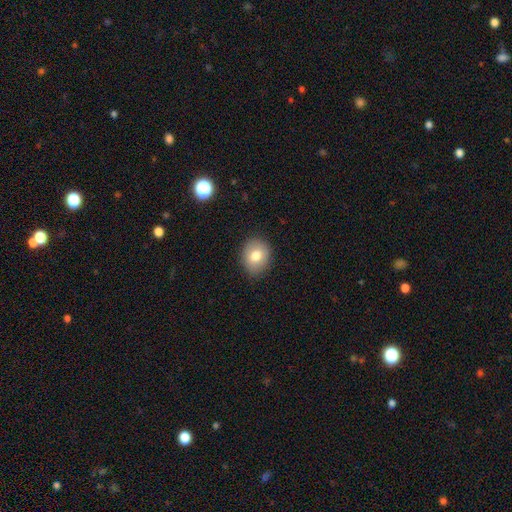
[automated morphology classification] Q: Smooth or featured?
A: smooth (77%); runner-up: featured or disk (14%)
Q: How rounded?
A: round (55%); runner-up: in between (44%)
Q: Merging?
A: none (84%); runner-up: minor disturbance (12%)